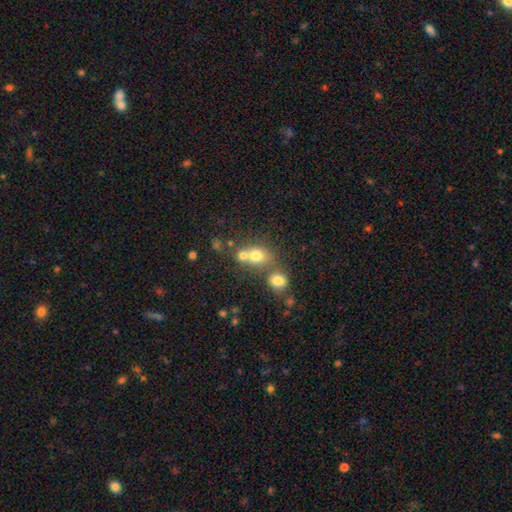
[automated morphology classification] Overall: smooth (72%). How rounded: round (73%). Merging: merger (49%; none 38%).